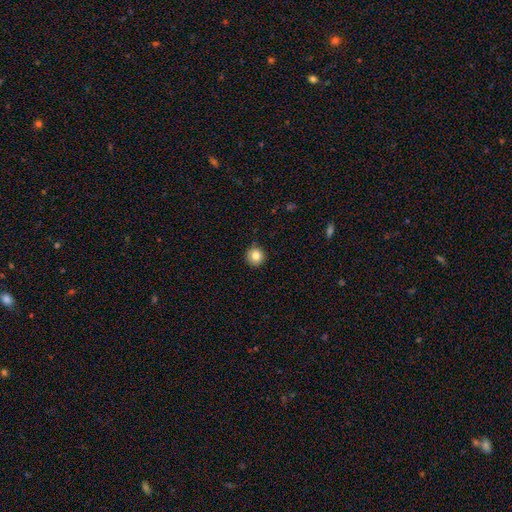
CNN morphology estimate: A smooth galaxy with no disk features (82%) that is round (94%). Merging: none (88%).